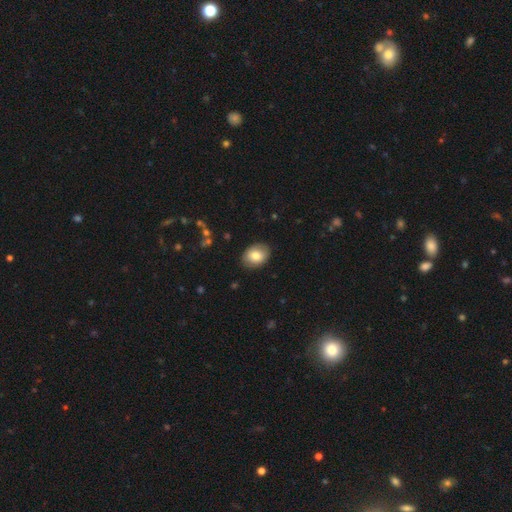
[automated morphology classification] A smooth galaxy with no disk features (77%) that is in between round and cigar-shaped (74%). Merging: none (85%).